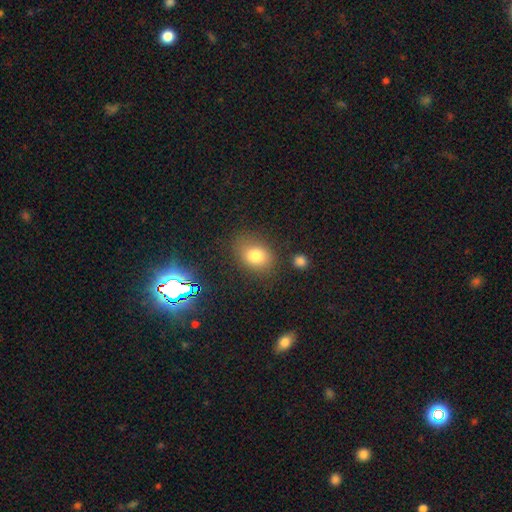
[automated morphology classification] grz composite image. It shows a smooth galaxy with no disk features (78%) that is in between round and cigar-shaped (62%). Merging: none (77%).